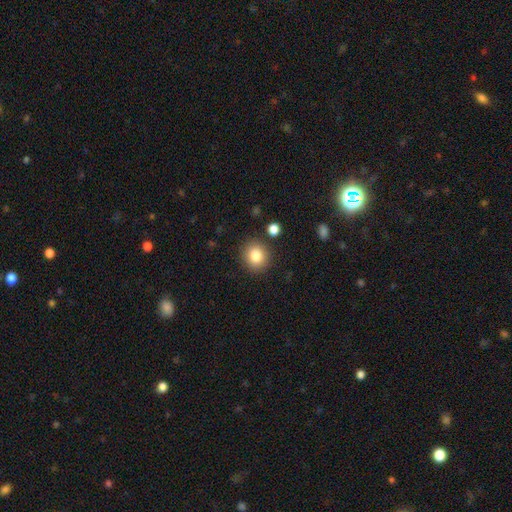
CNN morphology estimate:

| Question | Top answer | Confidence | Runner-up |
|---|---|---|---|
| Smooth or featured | smooth | 84% | star or artifact (10%) |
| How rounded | round | 79% | in between (20%) |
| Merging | none | 86% | minor disturbance (8%) |